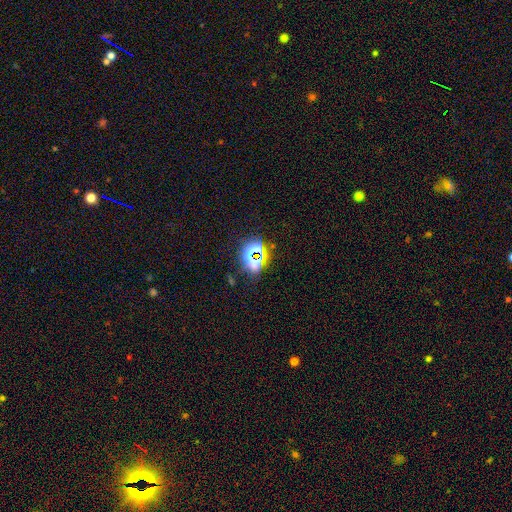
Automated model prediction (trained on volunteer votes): smooth-or-featured: star or artifact: 68% | smooth: 21% | featured or disk: 10%